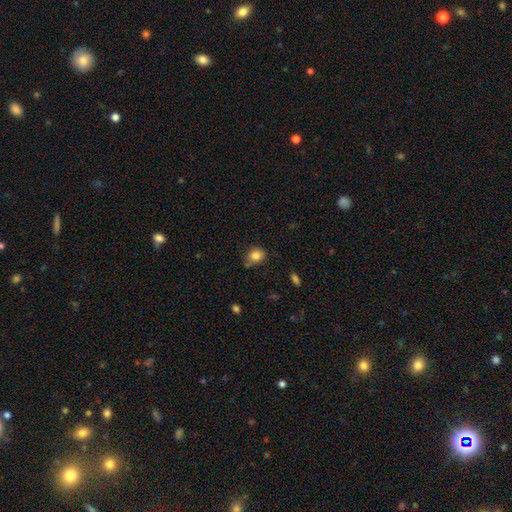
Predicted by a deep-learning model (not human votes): A smooth galaxy with no disk features (83%) that is round (67%).

Vote fractions:
- Smooth or featured? smooth: 83% / star or artifact: 10% / featured or disk: 7%
- How rounded? round: 67% / in between: 33% / cigar-shaped: 1%
- Merging? none: 69% / minor disturbance: 21% / merger: 7% / major disturbance: 4%